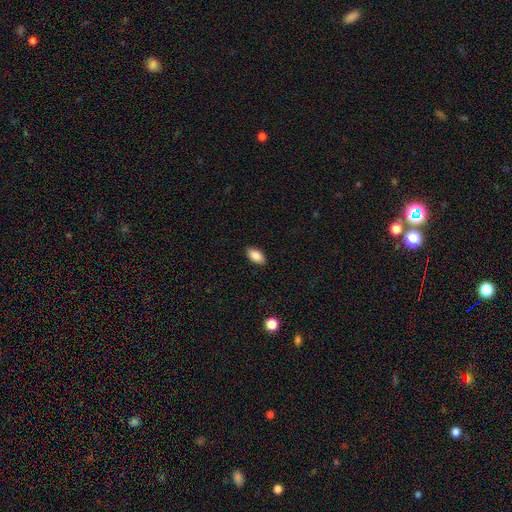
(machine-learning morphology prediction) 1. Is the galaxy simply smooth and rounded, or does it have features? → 87% smooth, 7% star or artifact, 5% featured or disk.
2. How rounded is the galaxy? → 94% in between, 3% round, 3% cigar-shaped.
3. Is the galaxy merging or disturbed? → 89% none, 8% minor disturbance, 2% major disturbance, 1% merger.